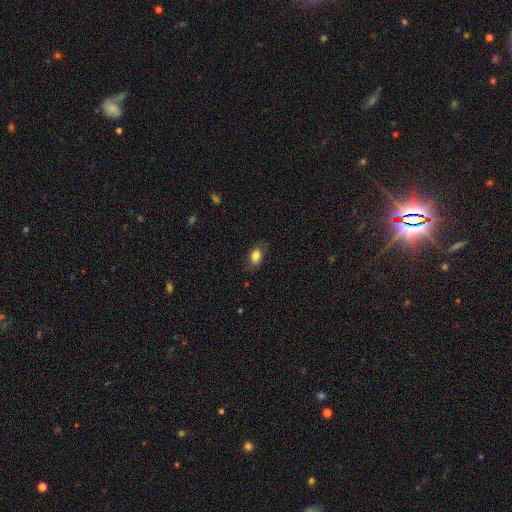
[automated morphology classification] type=smooth (83%); roundness=in between (84%); merging=none (78%).